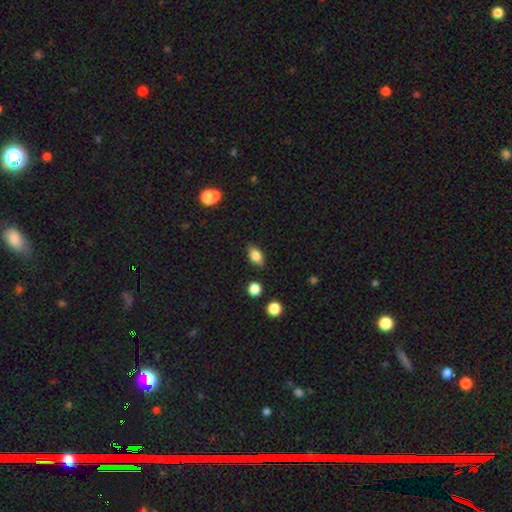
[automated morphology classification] This appears to be a smooth galaxy with no disk features (83%) that is in between round and cigar-shaped (85%). Merging: none (83%).